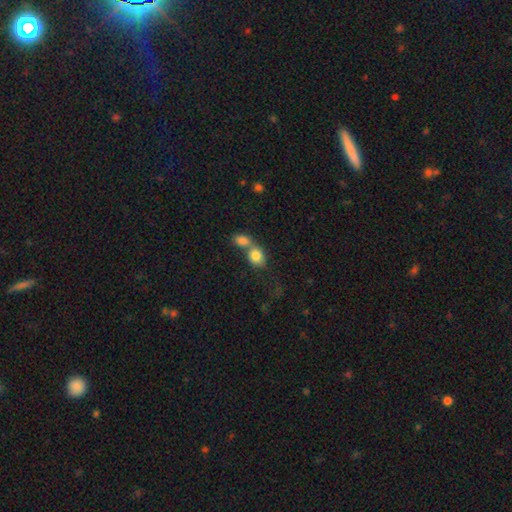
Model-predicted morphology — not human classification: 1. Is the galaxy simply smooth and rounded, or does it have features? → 82% smooth, 9% featured or disk, 8% star or artifact.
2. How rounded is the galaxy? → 50% round, 49% in between, 2% cigar-shaped.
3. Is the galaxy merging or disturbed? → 66% merger, 24% none, 7% minor disturbance, 4% major disturbance.